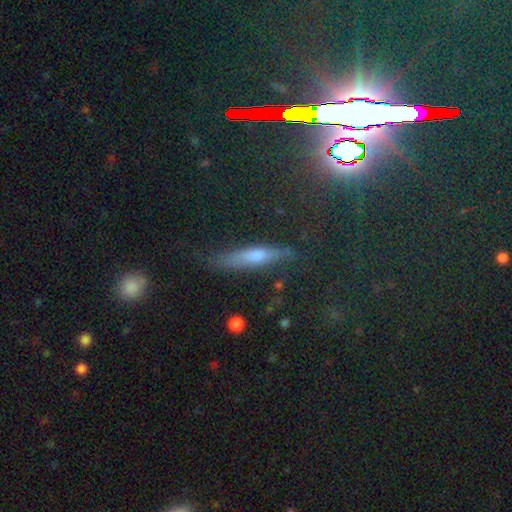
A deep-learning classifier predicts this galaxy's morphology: Q: Smooth or featured?
A: smooth (44%); runner-up: featured or disk (40%)
Q: Merging?
A: none (77%); runner-up: minor disturbance (17%)